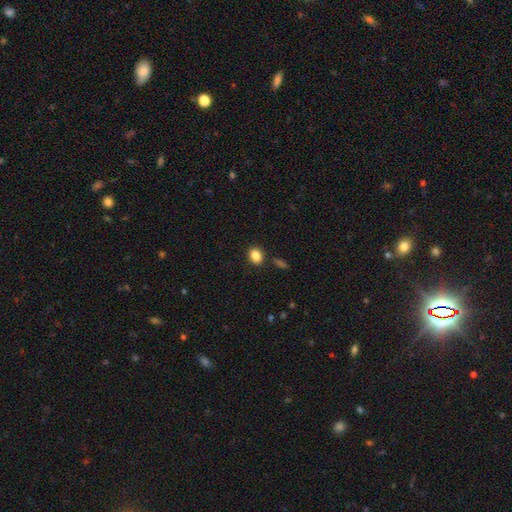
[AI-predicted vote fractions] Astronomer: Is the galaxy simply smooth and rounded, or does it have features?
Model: smooth — 87%.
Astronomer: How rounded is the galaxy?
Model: in between — 63%.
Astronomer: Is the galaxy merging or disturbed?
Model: none — 84%.